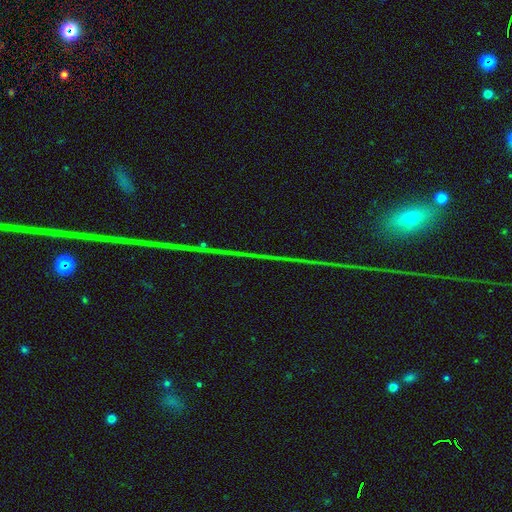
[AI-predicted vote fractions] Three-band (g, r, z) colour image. It shows a star or artifact, not a galaxy (85%).